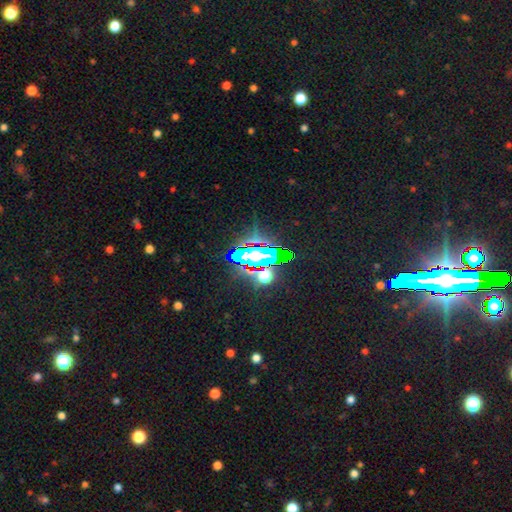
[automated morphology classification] Q: Smooth or featured?
A: star or artifact (71%); runner-up: smooth (17%)